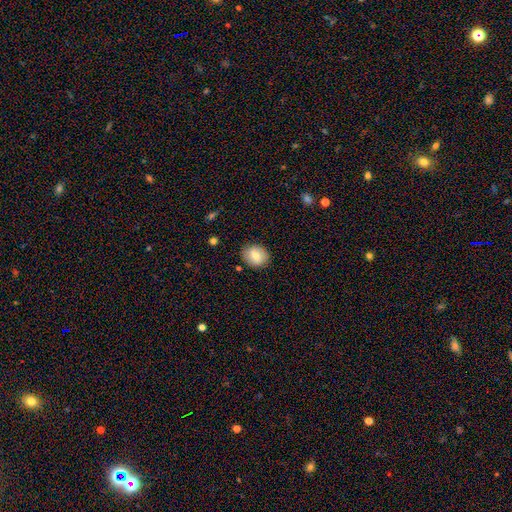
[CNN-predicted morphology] This is likely a smooth galaxy (72%). How rounded: possibly round (55%). Merging: clearly none (85%).